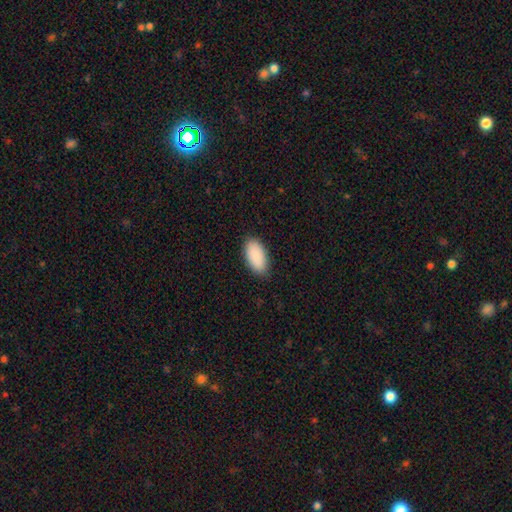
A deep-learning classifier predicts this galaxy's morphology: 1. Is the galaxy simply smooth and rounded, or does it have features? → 90% smooth, 6% star or artifact, 4% featured or disk.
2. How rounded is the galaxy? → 95% in between, 3% cigar-shaped, 2% round.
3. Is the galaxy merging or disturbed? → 86% none, 11% minor disturbance, 2% major disturbance, 1% merger.